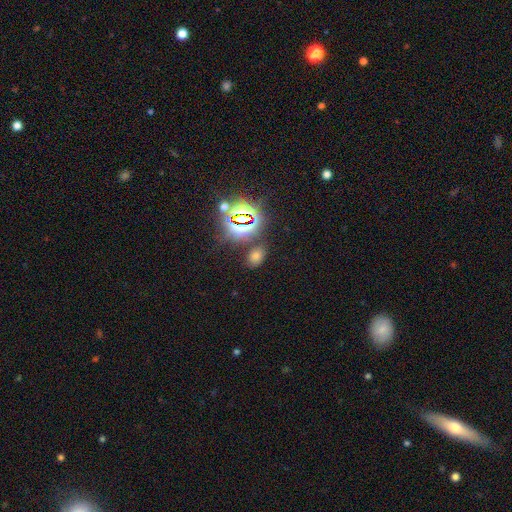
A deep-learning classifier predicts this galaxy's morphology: A smooth galaxy with no disk features (55%) that is in between round and cigar-shaped (79%). Merging: none (80%).